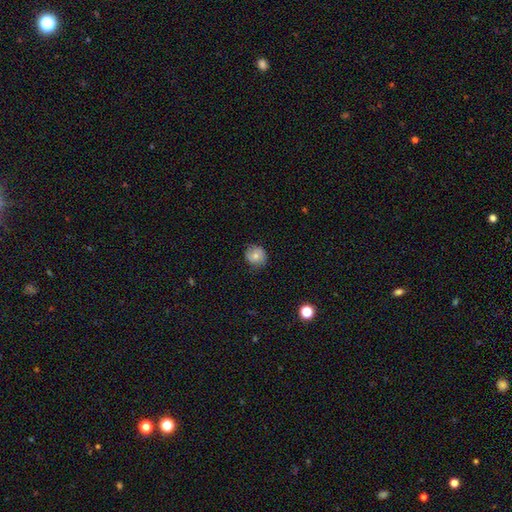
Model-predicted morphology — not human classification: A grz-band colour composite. It shows a smooth galaxy with no disk features (68%) that is round (84%). Merging: none (76%).